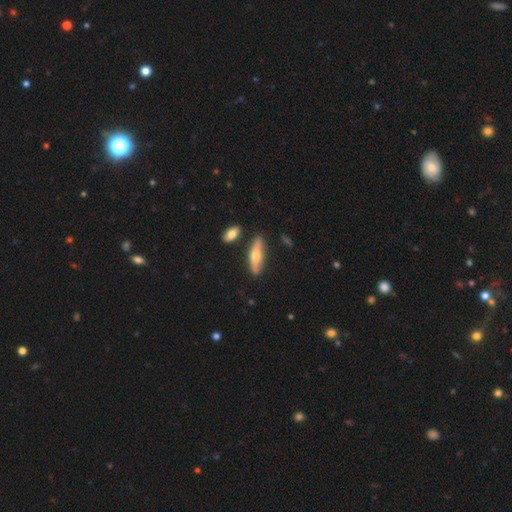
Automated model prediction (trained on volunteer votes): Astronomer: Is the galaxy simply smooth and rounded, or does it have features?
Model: smooth — 56% (runner-up: featured or disk, 38%).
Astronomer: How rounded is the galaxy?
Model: cigar-shaped — 61% (runner-up: in between, 36%).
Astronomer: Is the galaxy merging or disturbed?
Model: none — 80%.